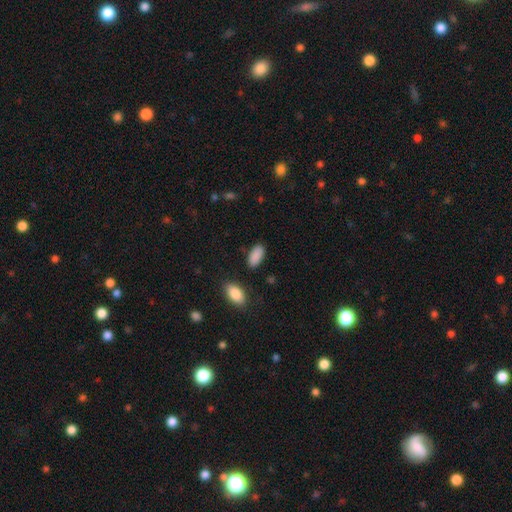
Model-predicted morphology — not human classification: A smooth galaxy with no disk features (90%) that is in between round and cigar-shaped (92%).

Vote fractions:
- Smooth or featured? smooth: 90% / star or artifact: 7% / featured or disk: 3%
- How rounded? in between: 92% / cigar-shaped: 6% / round: 2%
- Merging? none: 85% / minor disturbance: 10% / major disturbance: 3% / merger: 2%